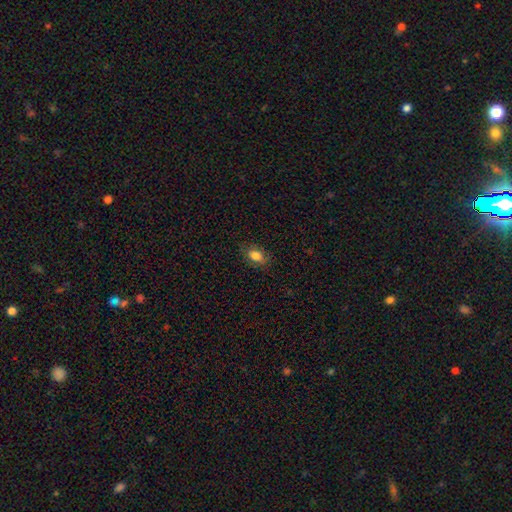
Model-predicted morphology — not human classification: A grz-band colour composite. It shows a smooth galaxy with no disk features (82%) that is in between round and cigar-shaped (82%). Merging: none (83%).